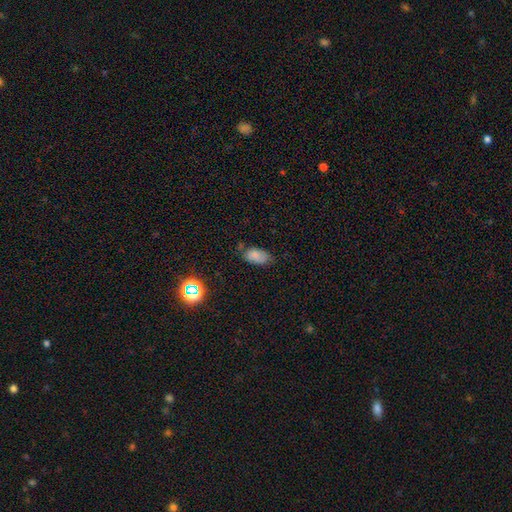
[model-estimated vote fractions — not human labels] Smooth or featured: smooth — 79% (star or artifact — 13%)
How rounded: in between — 92% (round — 5%)
Merging: none — 62% (minor disturbance — 28%)